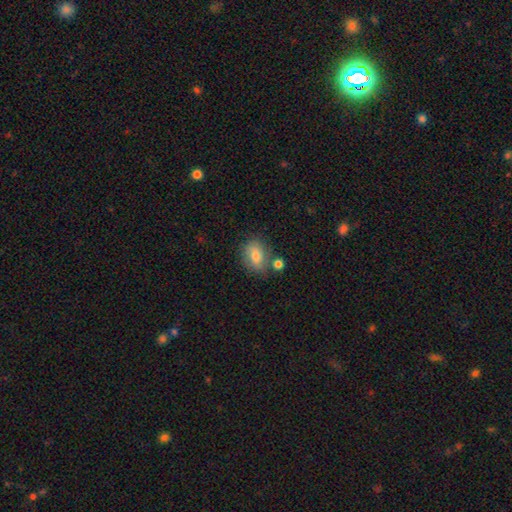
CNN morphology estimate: A smooth galaxy with no disk features (73%) that is in between round and cigar-shaped (59%). Merging: none (69%).